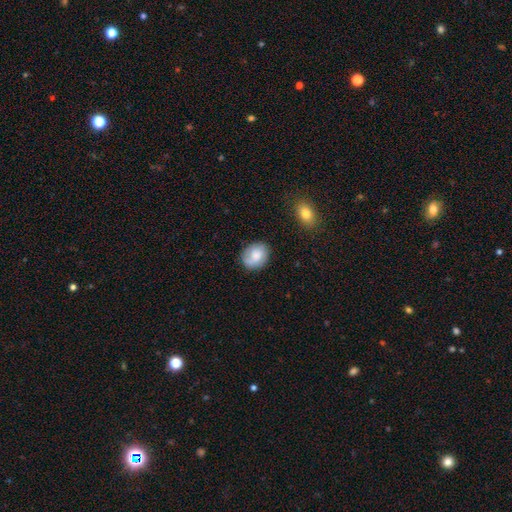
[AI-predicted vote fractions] smooth_or_featured: smooth (p=0.66) [alt: featured or disk p=0.26]
how_rounded: round (p=0.53) [alt: in between p=0.46]
merging: none (p=0.72) [alt: minor disturbance p=0.20]